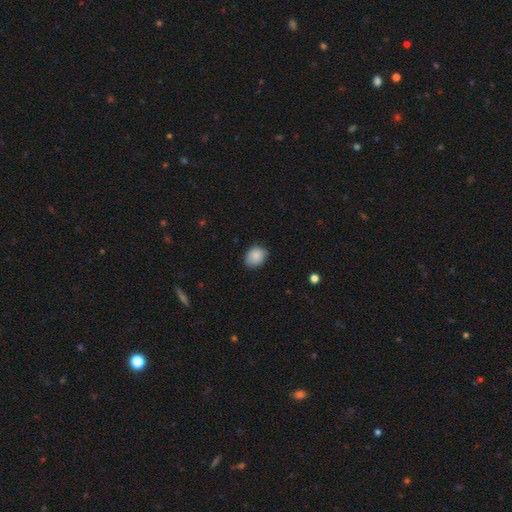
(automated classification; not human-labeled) Q: Smooth or featured?
A: smooth (86%); runner-up: star or artifact (8%)
Q: How rounded?
A: in between (53%); runner-up: round (46%)
Q: Merging?
A: none (70%); runner-up: minor disturbance (25%)